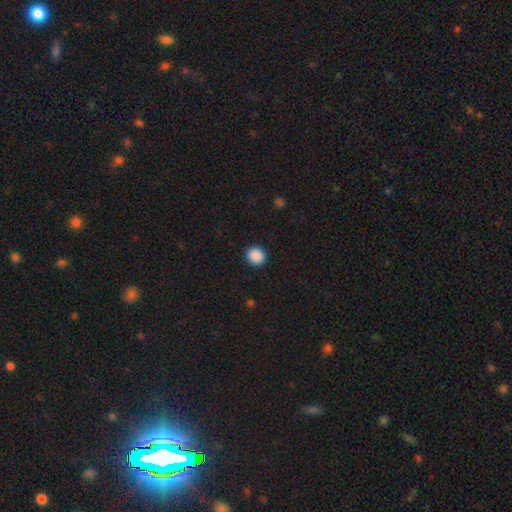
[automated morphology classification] Overall: smooth (89%). How rounded: round (89%). Merging: none (92%).